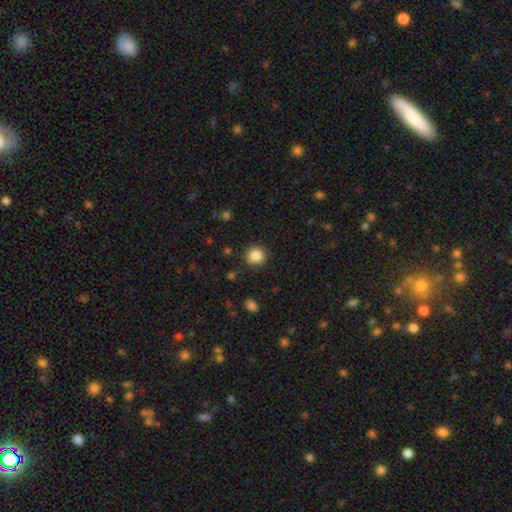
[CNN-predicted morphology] Q: Smooth or featured?
A: smooth (86%); runner-up: star or artifact (10%)
Q: How rounded?
A: round (90%); runner-up: in between (9%)
Q: Merging?
A: none (88%); runner-up: minor disturbance (8%)